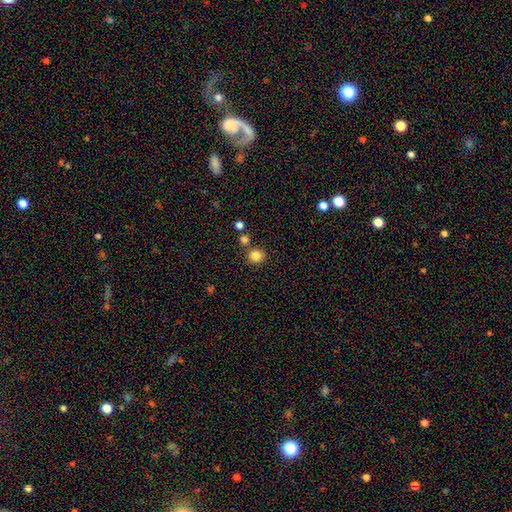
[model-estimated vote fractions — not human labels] Q: Smooth or featured?
A: smooth (84%); runner-up: star or artifact (12%)
Q: How rounded?
A: round (89%); runner-up: in between (10%)
Q: Merging?
A: none (79%); runner-up: merger (11%)